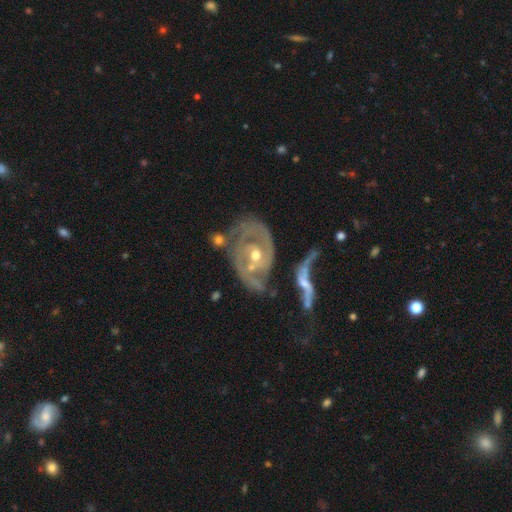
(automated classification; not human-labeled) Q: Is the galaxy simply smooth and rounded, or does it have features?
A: featured or disk — 87%.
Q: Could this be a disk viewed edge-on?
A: no — 96%.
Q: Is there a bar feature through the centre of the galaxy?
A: no — 59%.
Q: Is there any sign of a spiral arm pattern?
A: yes — 88%.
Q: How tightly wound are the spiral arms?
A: tight — 42%.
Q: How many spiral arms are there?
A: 2 — 59%.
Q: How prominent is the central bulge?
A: moderate — 61%.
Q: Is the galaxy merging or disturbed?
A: none — 32%.